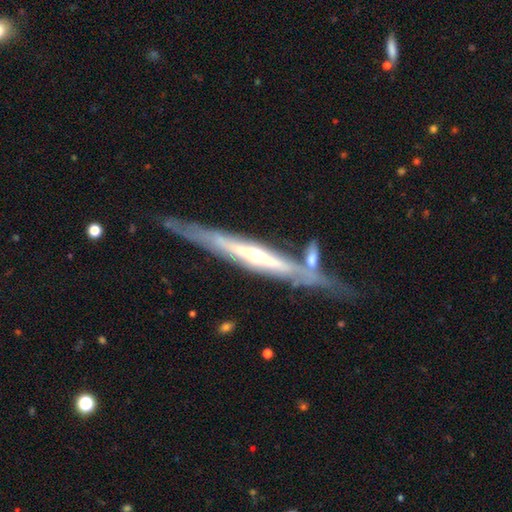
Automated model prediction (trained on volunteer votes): smooth_or_featured: featured or disk (p=0.81) [alt: smooth p=0.14]
disk_edge_on: yes (p=0.84) [alt: no p=0.16]
edge_on_bulge: rounded (p=0.76) [alt: none p=0.19]
merging: none (p=0.62) [alt: minor disturbance p=0.18]